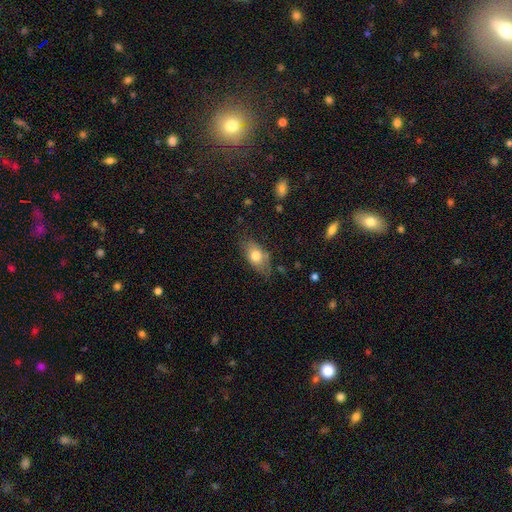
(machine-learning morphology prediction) smooth 73%, featured or disk 20%, star or artifact 7%. Down the decision tree: how rounded — in between (85%); merging — none (68%).